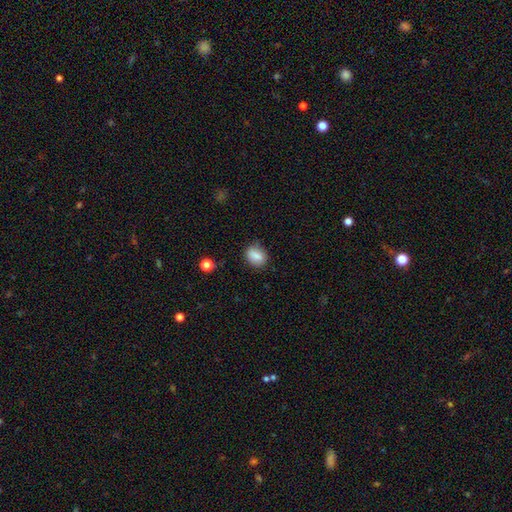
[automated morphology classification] Smooth or featured? smooth (83%)
How rounded? in between (58%)
Merging? none (74%)